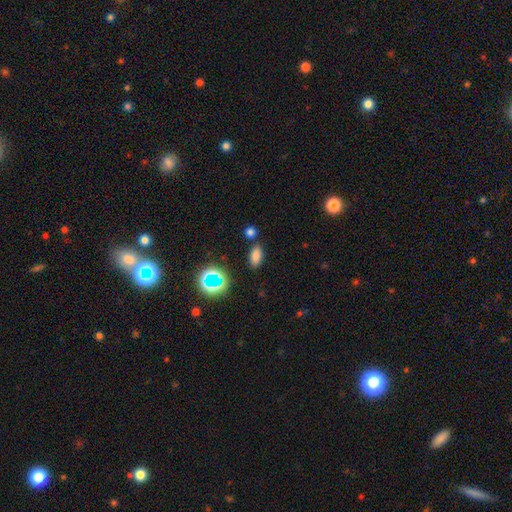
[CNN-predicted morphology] smooth-or-featured: smooth: 77% | star or artifact: 16% | featured or disk: 6%
  how-rounded: in between: 87% | round: 7% | cigar-shaped: 6%
  merging: none: 80% | minor disturbance: 11% | merger: 6% | major disturbance: 3%